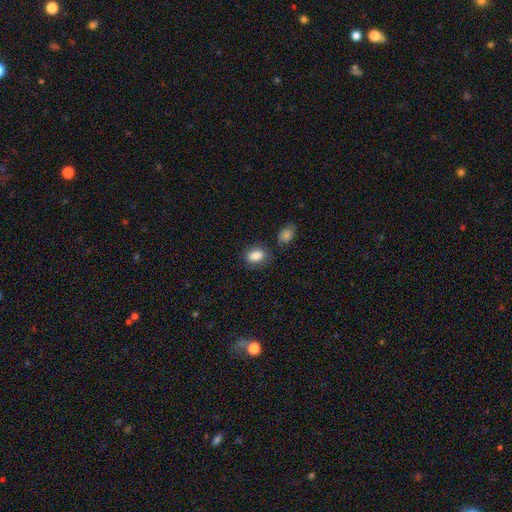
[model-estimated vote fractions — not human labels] Overall: smooth (87%). How rounded: in between (78%). Merging: none (73%).